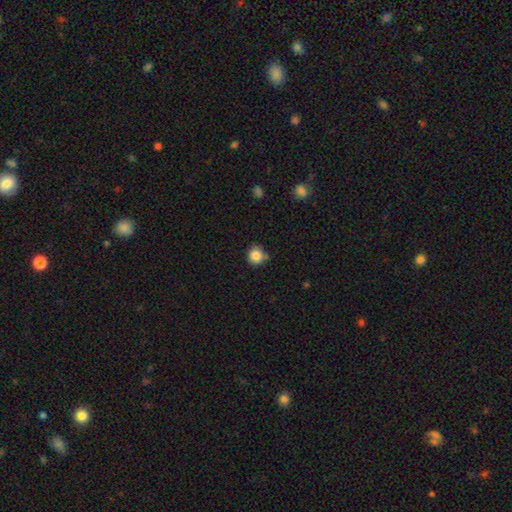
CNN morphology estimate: smooth-or-featured: smooth: 85% | star or artifact: 10% | featured or disk: 5%
  how-rounded: round: 90% | in between: 9% | cigar-shaped: 1%
  merging: none: 72% | minor disturbance: 18% | merger: 6% | major disturbance: 3%